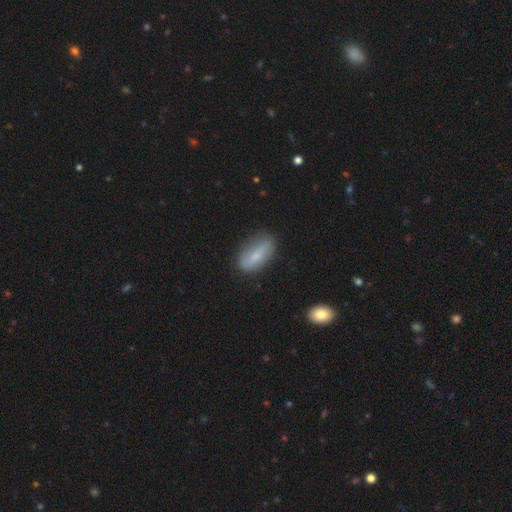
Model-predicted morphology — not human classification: smooth 70%, featured or disk 23%, star or artifact 7%. Down the decision tree: how rounded — in between (84%); merging — none (72%).